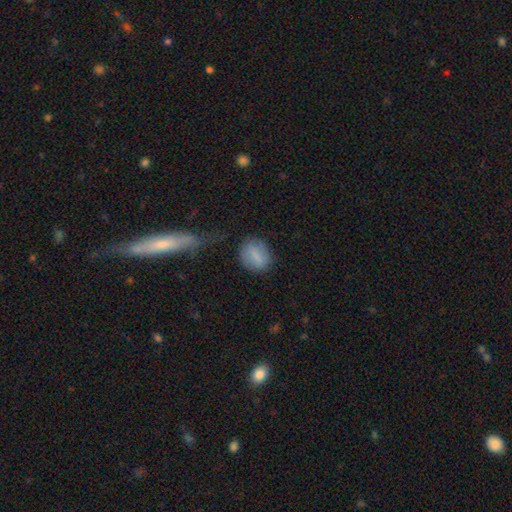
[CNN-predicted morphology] A smooth galaxy with no disk features (79%) that is round (57%).

Vote fractions:
- Smooth or featured? smooth: 79% / featured or disk: 13% / star or artifact: 8%
- How rounded? round: 57% / in between: 41% / cigar-shaped: 2%
- Merging? none: 76% / minor disturbance: 15% / major disturbance: 6% / merger: 3%